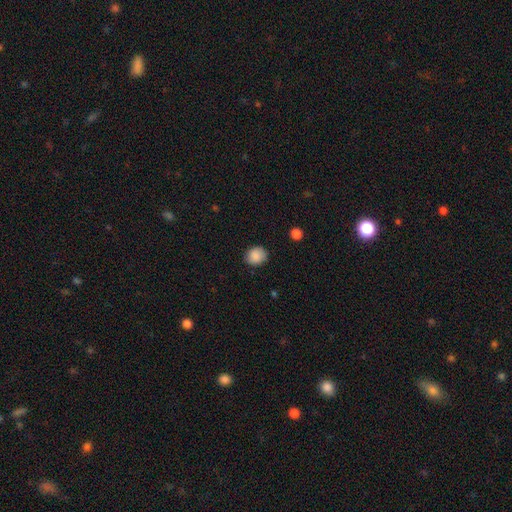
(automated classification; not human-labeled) smooth_or_featured: smooth (p=0.88) [alt: star or artifact p=0.08]
how_rounded: round (p=0.64) [alt: in between p=0.35]
merging: none (p=0.84) [alt: minor disturbance p=0.12]